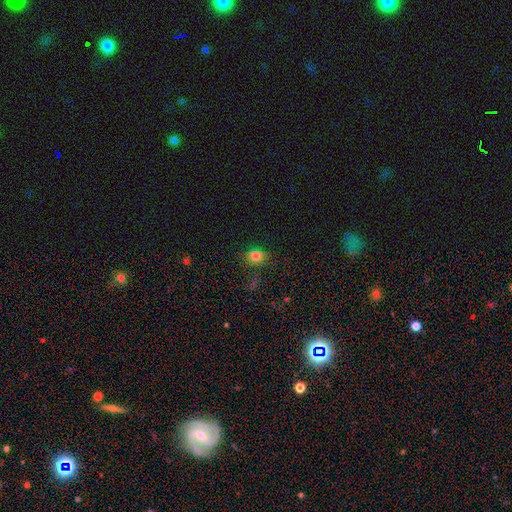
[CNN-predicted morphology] This is likely a smooth galaxy (75%). How rounded: possibly round (57%). Merging: likely none (74%).